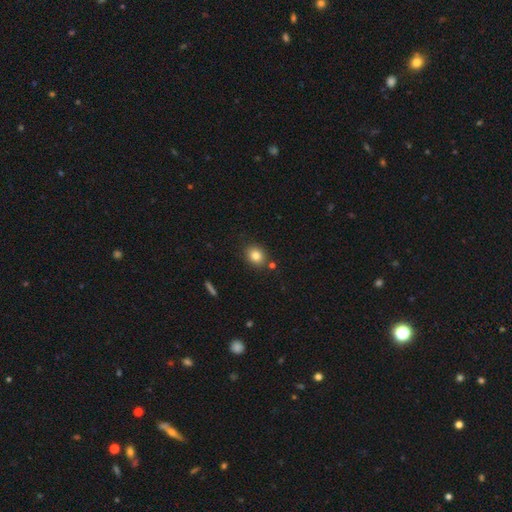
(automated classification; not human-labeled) The model was most divided on "how rounded": round: 60%, in between: 39%, cigar-shaped: 1%. More confident: merging — none (83%); smooth or featured — smooth (82%).